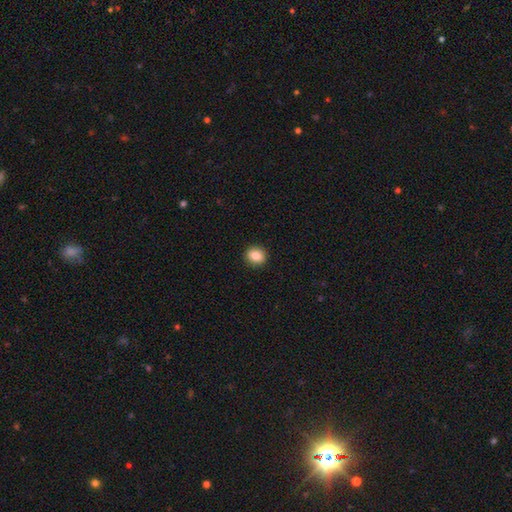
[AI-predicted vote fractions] A smooth galaxy with no disk features (85%) that is round (74%). Merging: none (92%).